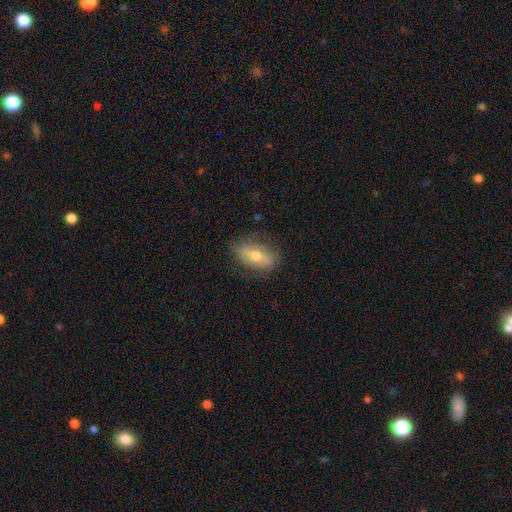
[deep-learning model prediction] Smooth or featured? smooth (47%)
Merging? none (73%)